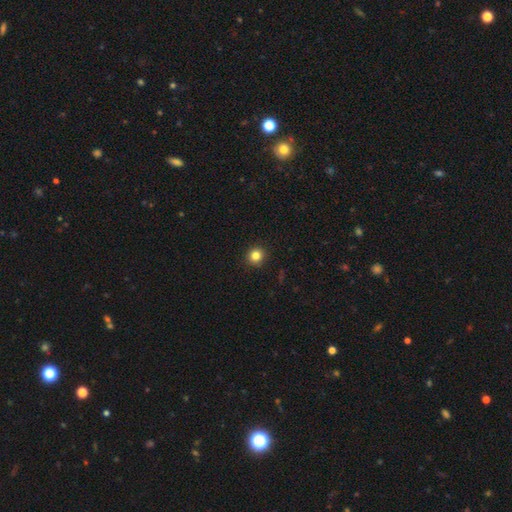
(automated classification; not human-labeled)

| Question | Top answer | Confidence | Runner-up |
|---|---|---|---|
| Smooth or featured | smooth | 83% | star or artifact (12%) |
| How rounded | round | 94% | in between (5%) |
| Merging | none | 93% | minor disturbance (5%) |